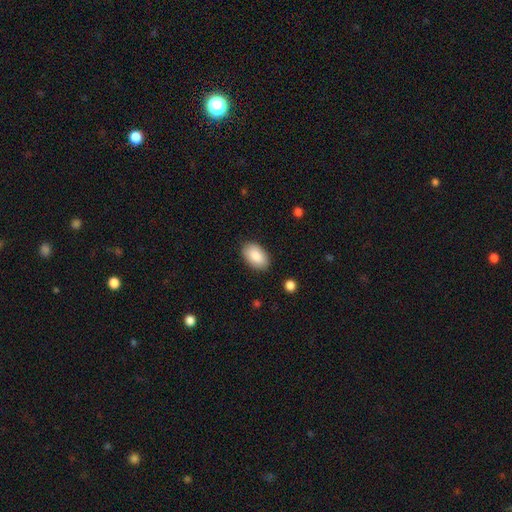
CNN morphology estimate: Smooth or featured? smooth (87%)
How rounded? in between (94%)
Merging? none (87%)